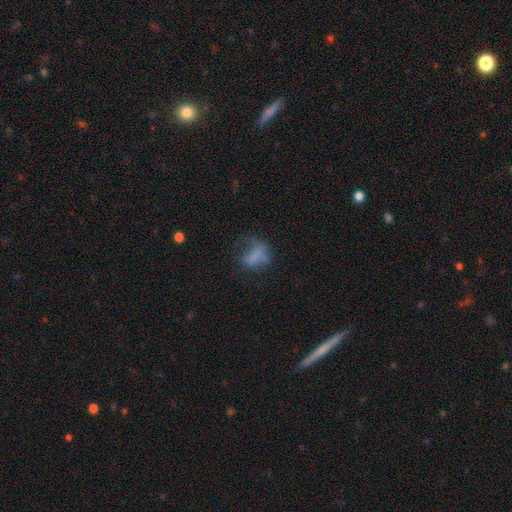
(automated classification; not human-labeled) Morphology: type=smooth (60%); roundness=in between (68%); merging=major disturbance (44%).